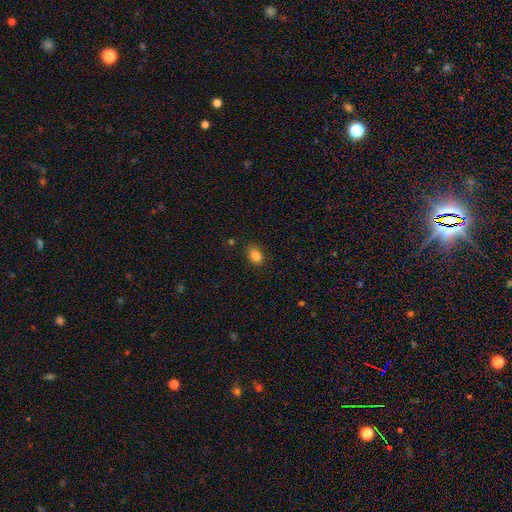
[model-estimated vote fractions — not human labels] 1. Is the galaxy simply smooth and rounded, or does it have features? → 84% smooth, 10% star or artifact, 5% featured or disk.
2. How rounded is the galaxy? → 74% in between, 25% round, 1% cigar-shaped.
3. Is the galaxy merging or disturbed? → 83% none, 13% minor disturbance, 3% major disturbance, 2% merger.